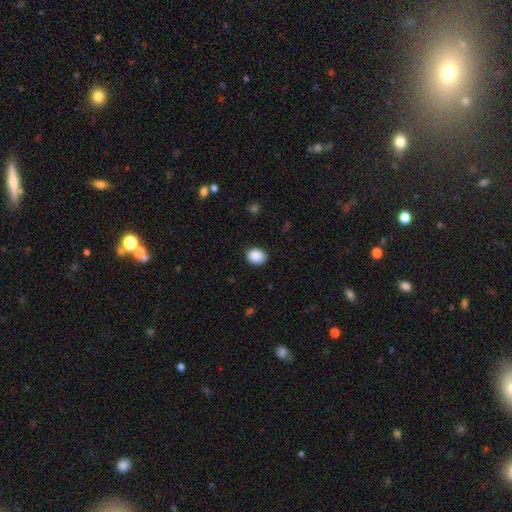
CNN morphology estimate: Smooth or featured? Predicted: smooth (p=0.90). How rounded? Predicted: round (p=0.53). Merging? Predicted: none (p=0.86).